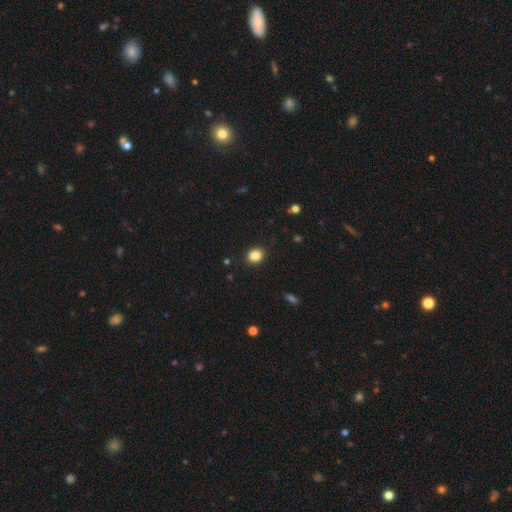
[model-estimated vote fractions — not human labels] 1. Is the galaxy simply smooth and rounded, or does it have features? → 85% smooth, 10% star or artifact, 5% featured or disk.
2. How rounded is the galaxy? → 57% round, 42% in between, 1% cigar-shaped.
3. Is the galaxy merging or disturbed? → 88% none, 9% minor disturbance, 2% major disturbance, 1% merger.